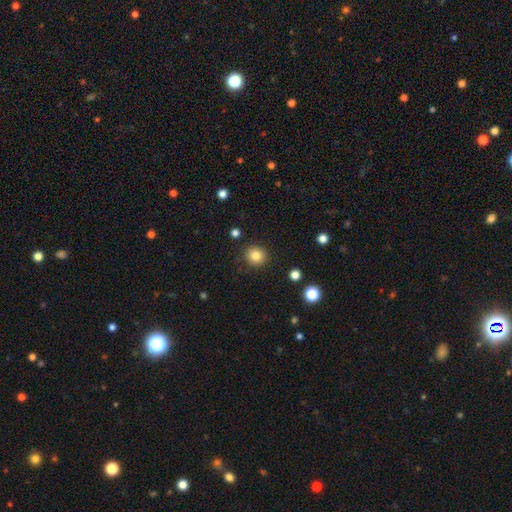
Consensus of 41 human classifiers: A smooth galaxy with no disk features (80%) that is round (82%).

Vote fractions:
- Smooth or featured? smooth: 80% / featured or disk: 10% / star or artifact: 10%
- How rounded? round: 82% / in between: 18% / cigar-shaped: 0%
- Merging? none: 97% / minor disturbance: 3% / major disturbance: 0% / merger: 0%